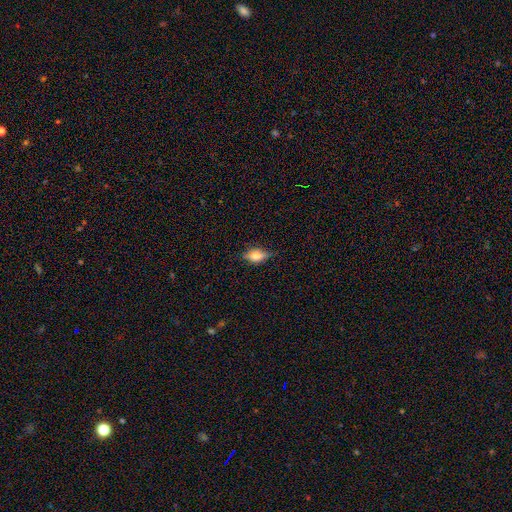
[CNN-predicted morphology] This appears to be a smooth galaxy with no disk features (63%) that is in between round and cigar-shaped (80%). Merging: none (74%).